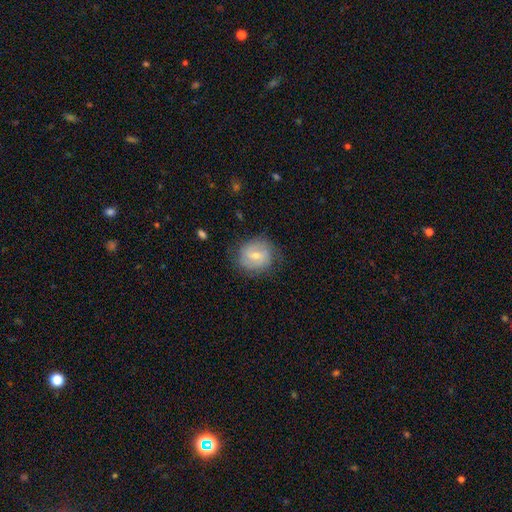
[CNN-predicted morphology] Smooth or featured: featured or disk — 48% (smooth — 45%)
Merging: none — 75% (minor disturbance — 17%)